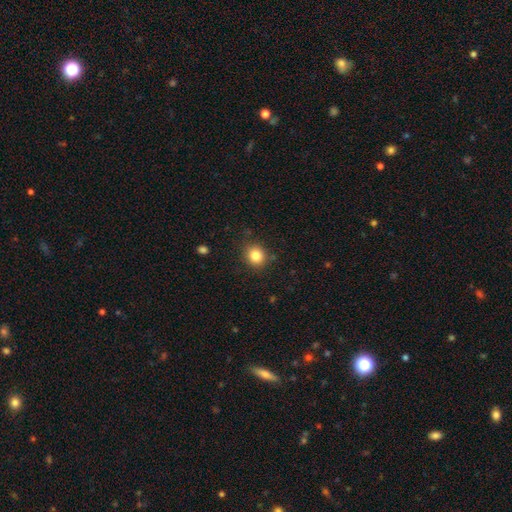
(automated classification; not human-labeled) Smooth or featured? smooth (83%)
How rounded? round (80%)
Merging? none (86%)